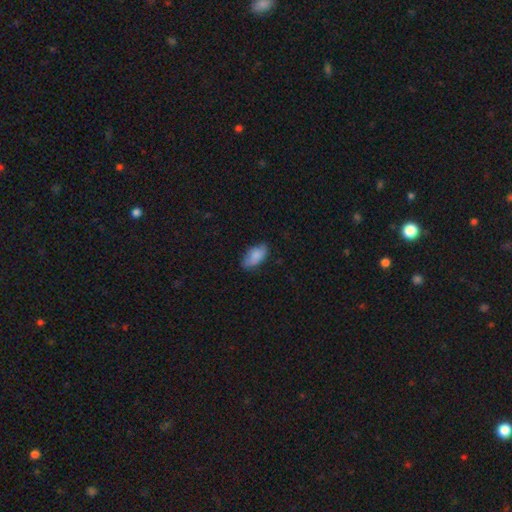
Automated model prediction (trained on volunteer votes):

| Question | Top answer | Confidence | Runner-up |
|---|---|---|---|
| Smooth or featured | smooth | 83% | featured or disk (10%) |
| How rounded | in between | 92% | cigar-shaped (5%) |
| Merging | none | 74% | minor disturbance (21%) |